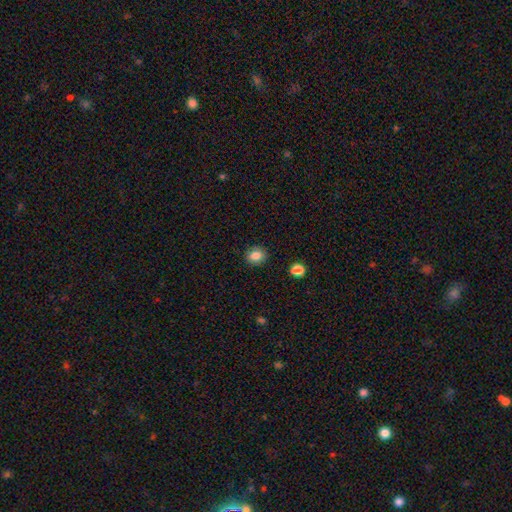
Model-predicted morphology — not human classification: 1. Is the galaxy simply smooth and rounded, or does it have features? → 84% smooth, 10% star or artifact, 6% featured or disk.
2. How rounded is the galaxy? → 66% round, 33% in between, 1% cigar-shaped.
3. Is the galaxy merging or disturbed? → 89% none, 8% minor disturbance, 2% major disturbance, 1% merger.